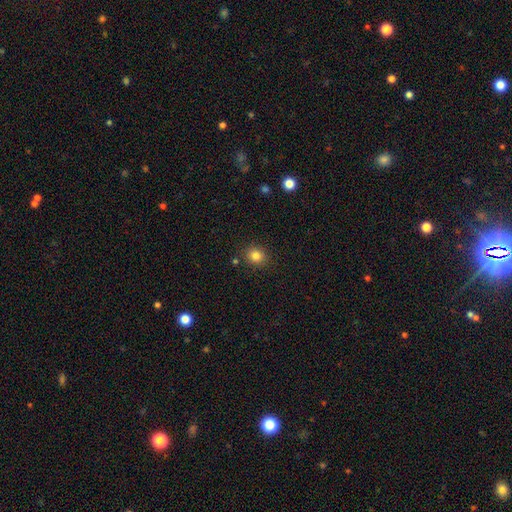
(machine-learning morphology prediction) type=smooth (84%); roundness=round (75%); merging=none (87%).